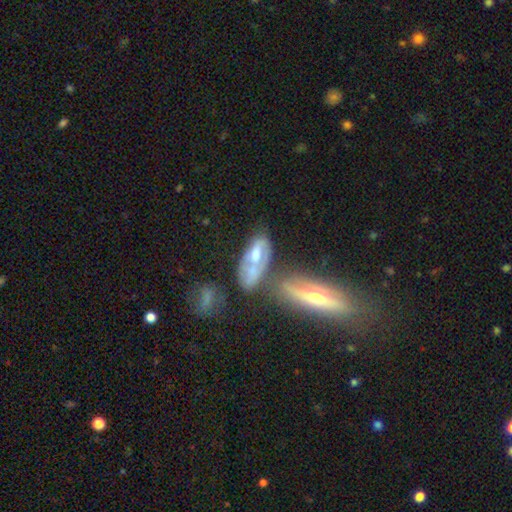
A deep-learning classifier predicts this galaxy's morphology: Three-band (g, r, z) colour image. It shows a featured or disk galaxy (58%). Merging: merger (37%).